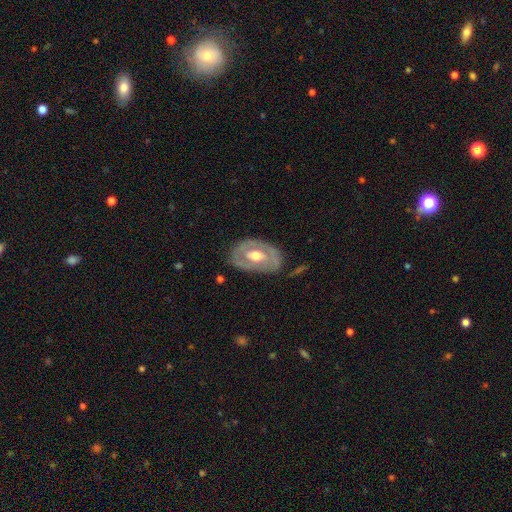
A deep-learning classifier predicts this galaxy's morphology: featured or disk 71%, smooth 25%, star or artifact 5%. Down the decision tree: edge-on disk — no (93%); bar — no (51%); spiral arms — no (52%); bulge size — moderate (73%); merging — none (72%).